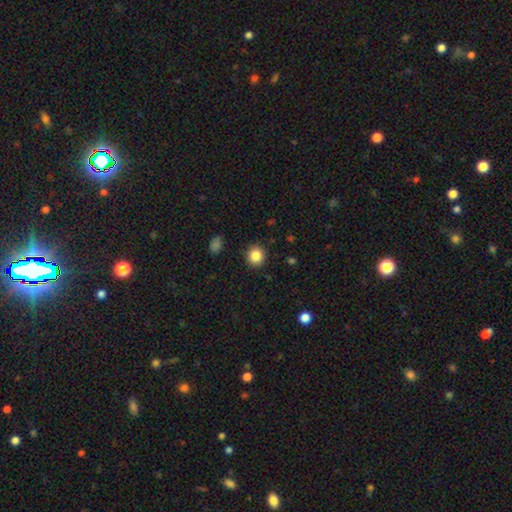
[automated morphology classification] A smooth galaxy with no disk features (85%) that is round (86%). Merging: none (89%).